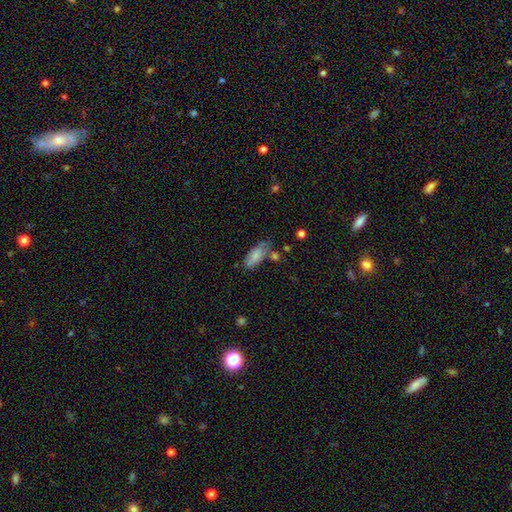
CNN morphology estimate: smooth-or-featured: smooth: 79% | featured or disk: 14% | star or artifact: 7%
  how-rounded: in between: 83% | cigar-shaped: 15% | round: 2%
  merging: none: 55% | minor disturbance: 26% | merger: 12% | major disturbance: 8%